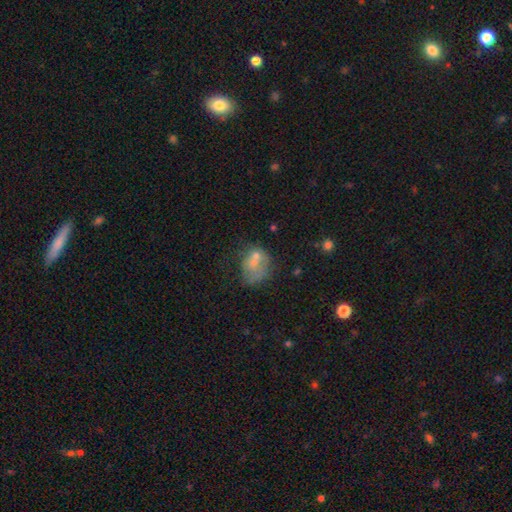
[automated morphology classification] Smooth or featured?
  - smooth: 50% *
  - featured or disk: 32%
  - star or artifact: 18%
How rounded?
  - in between: 56% *
  - round: 42%
  - cigar-shaped: 2%
Merging?
  - none: 34% *
  - major disturbance: 24%
  - merger: 21%
  - minor disturbance: 21%